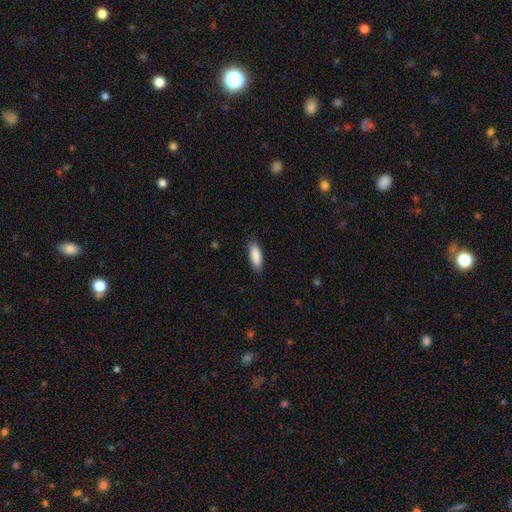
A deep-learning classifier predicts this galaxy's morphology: smooth_or_featured: smooth (p=0.89) [alt: star or artifact p=0.06]
how_rounded: in between (p=0.64) [alt: cigar-shaped p=0.35]
merging: none (p=0.86) [alt: minor disturbance p=0.11]